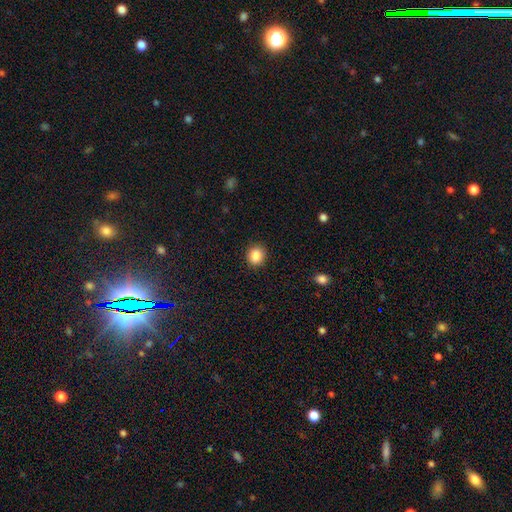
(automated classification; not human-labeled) The model was most divided on "how rounded": round: 79%, in between: 20%, cigar-shaped: 1%. More confident: merging — none (90%); smooth or featured — smooth (86%).